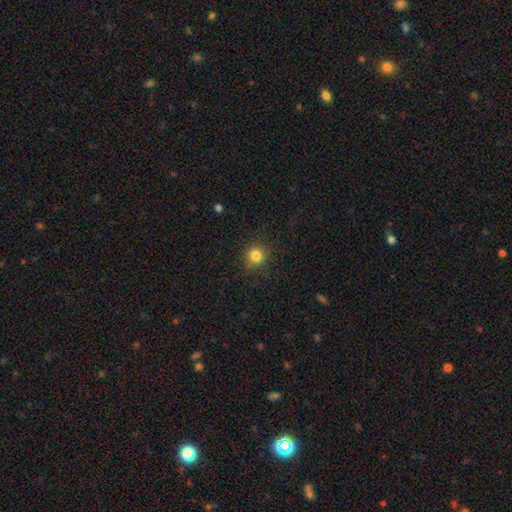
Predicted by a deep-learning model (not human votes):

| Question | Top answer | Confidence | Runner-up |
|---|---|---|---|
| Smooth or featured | smooth | 82% | star or artifact (12%) |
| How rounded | round | 92% | in between (7%) |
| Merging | none | 88% | minor disturbance (8%) |